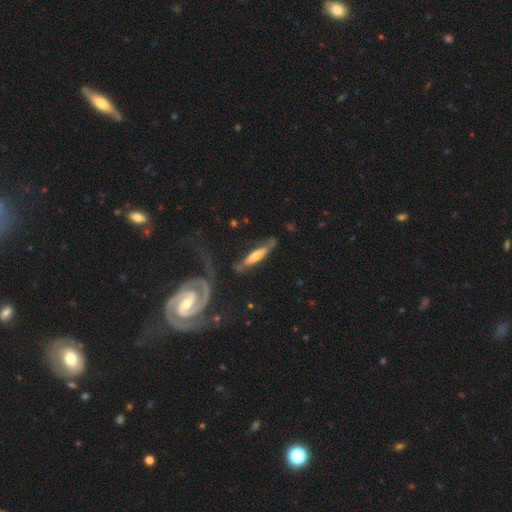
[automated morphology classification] Overall: featured or disk (56%; smooth 38%). Edge-on disk: yes (60%; no 40%). Merging: none (59%; minor disturbance 22%).